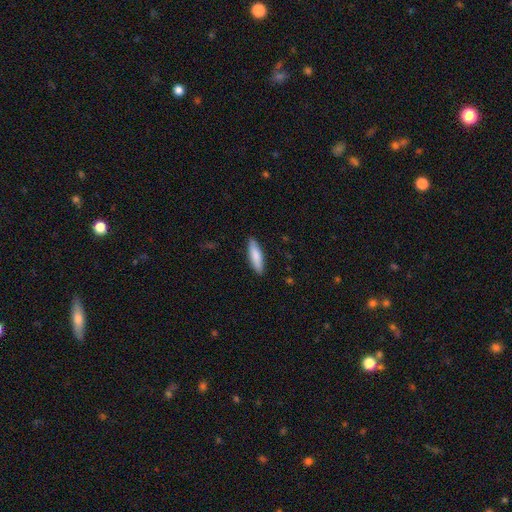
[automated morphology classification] type=smooth (81%); roundness=cigar-shaped (63%); merging=none (88%).